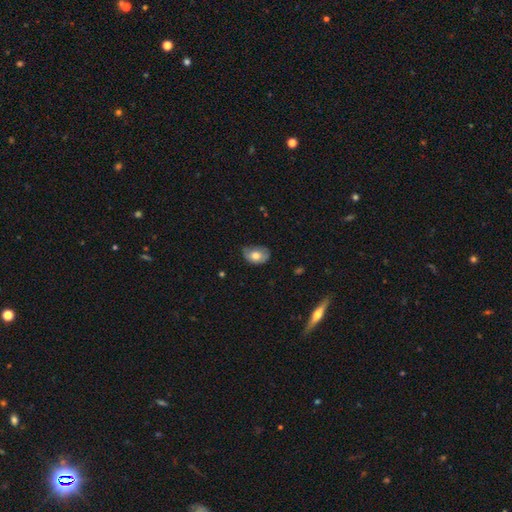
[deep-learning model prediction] Smooth or featured? smooth (68%)
How rounded? in between (77%)
Merging? none (46%)